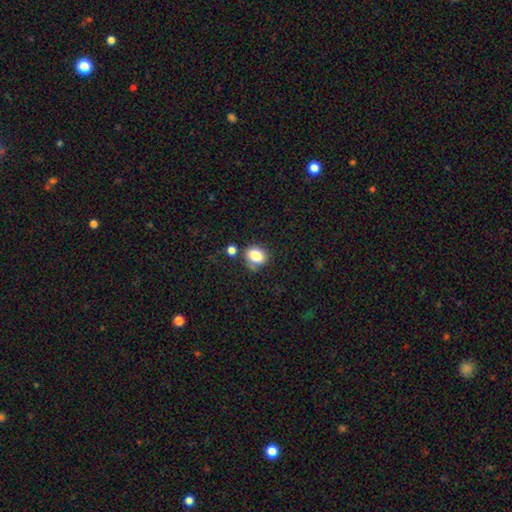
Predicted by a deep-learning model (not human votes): Smooth or featured? Predicted: smooth (p=0.83). How rounded? Predicted: round (p=0.51). Merging? Predicted: none (p=0.65).